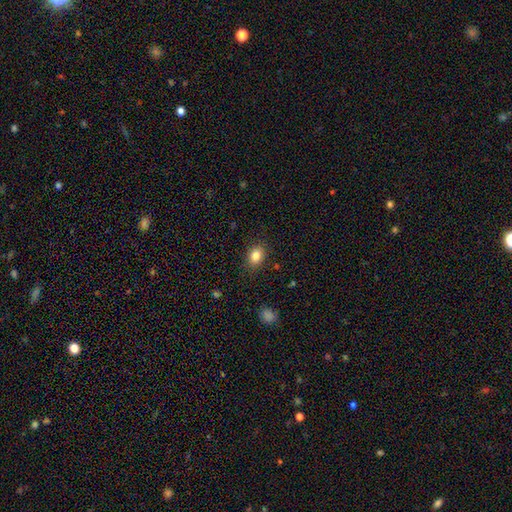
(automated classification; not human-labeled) smooth-or-featured: smooth: 84% | star or artifact: 10% | featured or disk: 6%
  how-rounded: in between: 63% | round: 36% | cigar-shaped: 1%
  merging: none: 86% | minor disturbance: 10% | major disturbance: 3% | merger: 1%